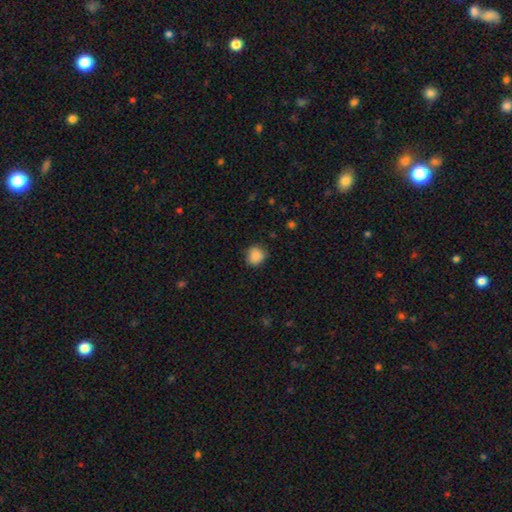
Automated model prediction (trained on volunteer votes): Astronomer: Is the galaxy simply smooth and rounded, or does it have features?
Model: smooth — 88%.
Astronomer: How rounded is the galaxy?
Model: round — 87%.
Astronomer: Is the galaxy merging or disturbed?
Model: none — 83%.